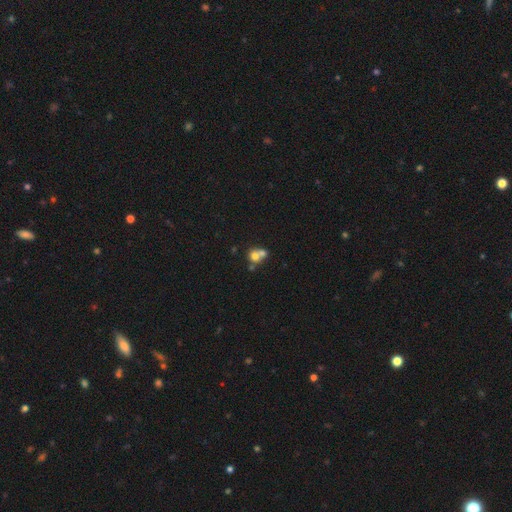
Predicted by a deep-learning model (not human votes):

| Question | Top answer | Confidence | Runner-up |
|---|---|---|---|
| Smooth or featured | smooth | 69% | featured or disk (19%) |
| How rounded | round | 76% | in between (23%) |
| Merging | merger | 62% | none (29%) |